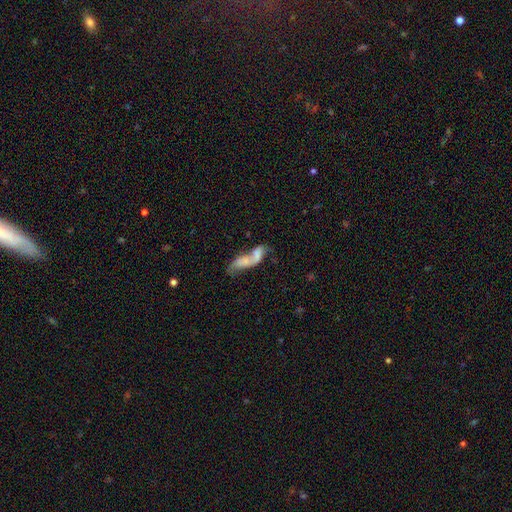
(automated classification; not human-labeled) This appears to be a smooth galaxy with no disk features (47%). Merging: merger (65%).